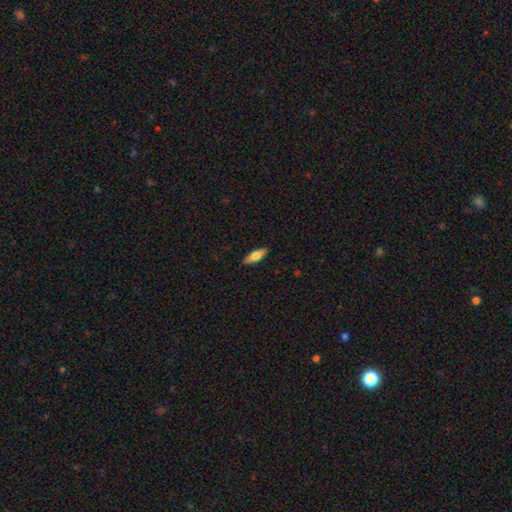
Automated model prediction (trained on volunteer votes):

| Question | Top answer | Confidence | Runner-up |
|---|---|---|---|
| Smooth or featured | smooth | 69% | featured or disk (25%) |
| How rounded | in between | 60% | cigar-shaped (38%) |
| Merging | none | 89% | minor disturbance (9%) |